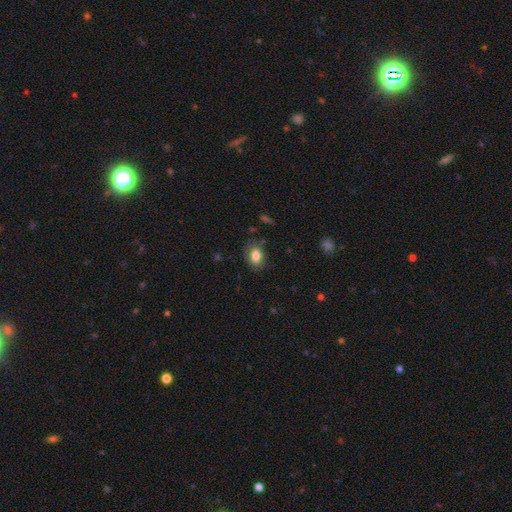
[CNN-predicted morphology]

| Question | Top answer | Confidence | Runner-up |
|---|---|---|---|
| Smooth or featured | smooth | 81% | featured or disk (10%) |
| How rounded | in between | 80% | round (19%) |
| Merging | none | 80% | minor disturbance (15%) |